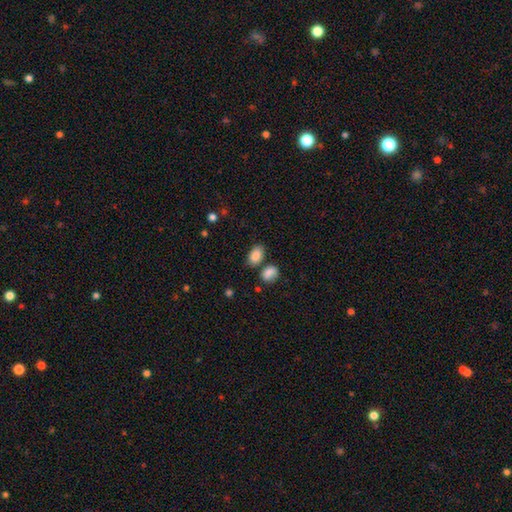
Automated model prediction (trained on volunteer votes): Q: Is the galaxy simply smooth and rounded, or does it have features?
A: smooth — 86%.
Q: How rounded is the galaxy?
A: in between — 88%.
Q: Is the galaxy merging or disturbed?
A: none — 69%.